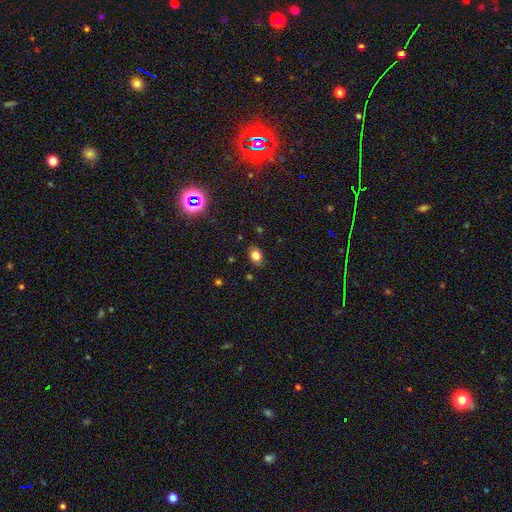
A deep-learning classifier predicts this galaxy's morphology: A smooth galaxy with no disk features (80%) that is in between round and cigar-shaped (76%). Merging: none (83%).